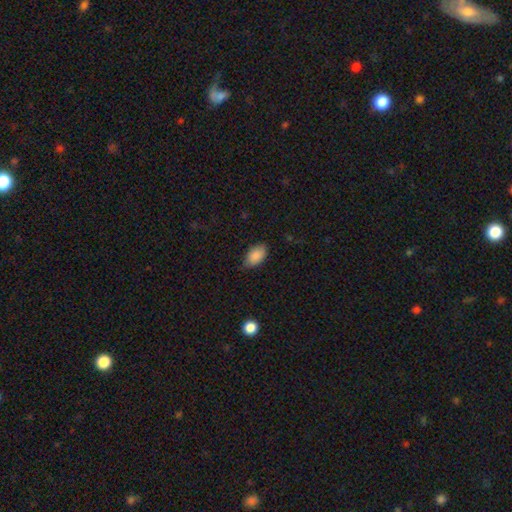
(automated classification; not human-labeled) The model was most divided on "merging": none: 70%, minor disturbance: 25%, major disturbance: 4%, merger: 1%. More confident: how rounded — in between (93%); smooth or featured — smooth (88%).